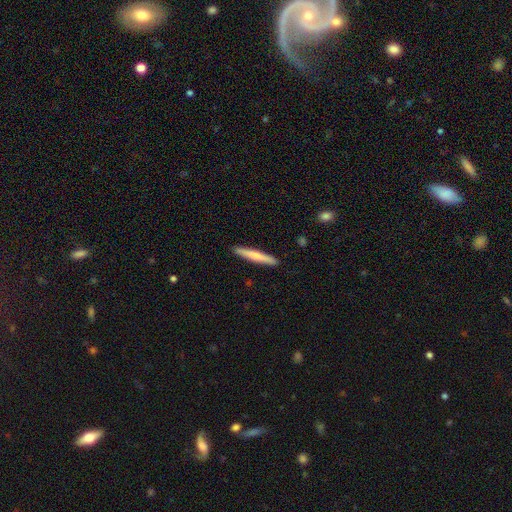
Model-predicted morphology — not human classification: smooth 70%, featured or disk 25%, star or artifact 5%. Down the decision tree: how rounded — cigar-shaped (96%); merging — none (91%).